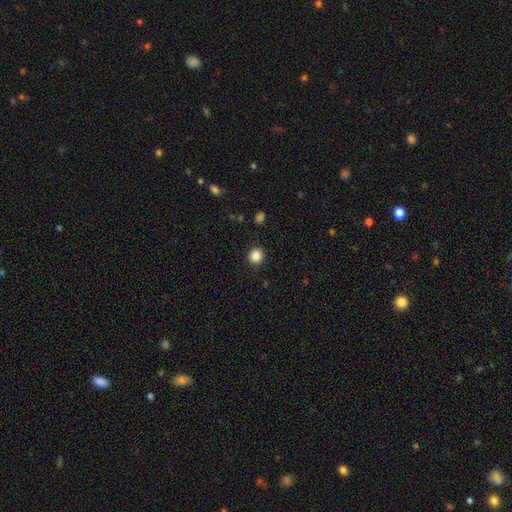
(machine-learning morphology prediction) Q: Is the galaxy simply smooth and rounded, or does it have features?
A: smooth — 86%.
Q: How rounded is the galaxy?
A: round — 89%.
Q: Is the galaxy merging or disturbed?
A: none — 92%.